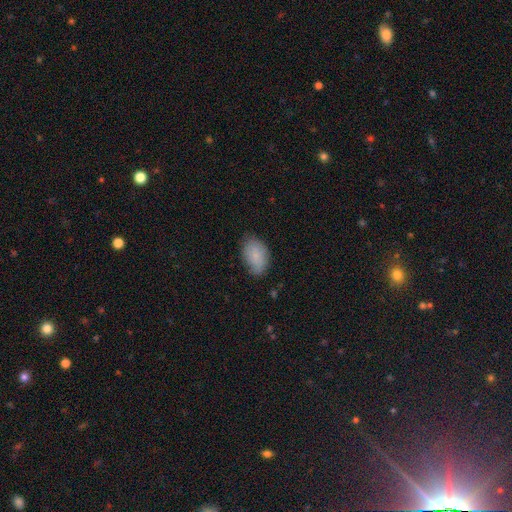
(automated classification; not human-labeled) A smooth galaxy with no disk features (80%) that is in between round and cigar-shaped (89%).

Vote fractions:
- Smooth or featured? smooth: 80% / featured or disk: 13% / star or artifact: 7%
- How rounded? in between: 89% / round: 10% / cigar-shaped: 1%
- Merging? none: 67% / minor disturbance: 27% / major disturbance: 5% / merger: 1%